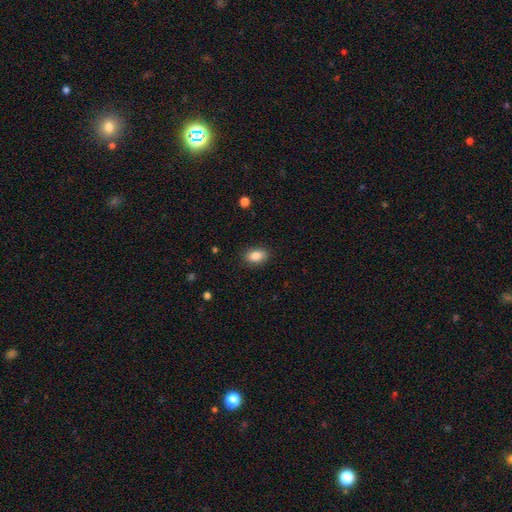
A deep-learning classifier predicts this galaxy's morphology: Smooth or featured? Predicted: smooth (p=0.86). How rounded? Predicted: in between (p=0.85). Merging? Predicted: none (p=0.88).